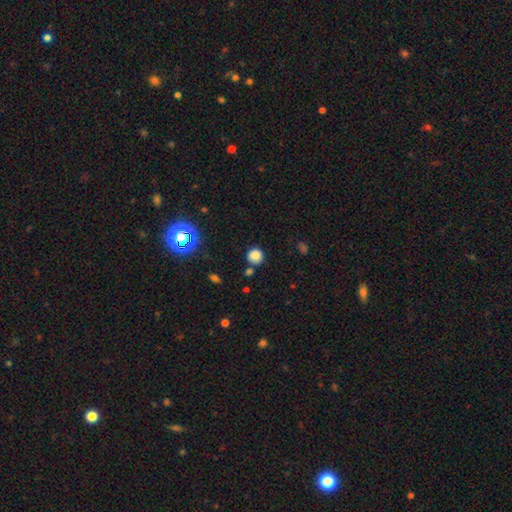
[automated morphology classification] Q: Smooth or featured?
A: smooth (81%); runner-up: star or artifact (14%)
Q: How rounded?
A: round (90%); runner-up: in between (9%)
Q: Merging?
A: none (73%); runner-up: minor disturbance (14%)